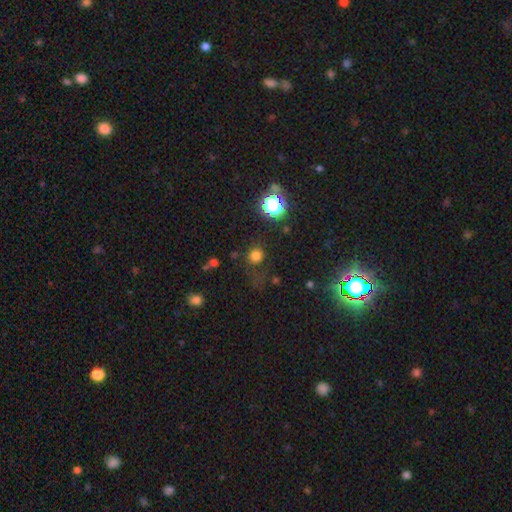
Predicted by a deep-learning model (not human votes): This appears to be a smooth galaxy with no disk features (76%) that is round (88%). Merging: none (74%).